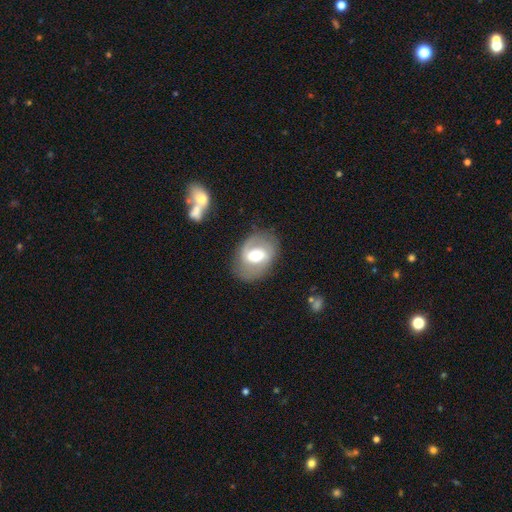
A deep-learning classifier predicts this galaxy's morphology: featured or disk 64%, smooth 29%, star or artifact 7%. Down the decision tree: edge-on disk — no (95%); bar — weak (45%); spiral arms — yes (72%); bulge size — moderate (66%); merging — none (72%).